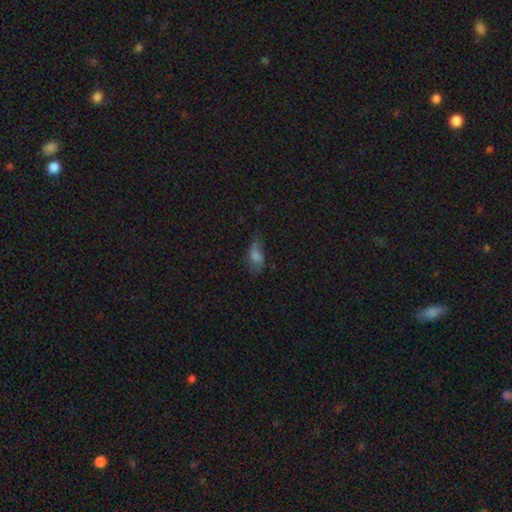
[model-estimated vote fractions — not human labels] Morphology: type=smooth (62%); roundness=in between (78%); merging=none (44%).